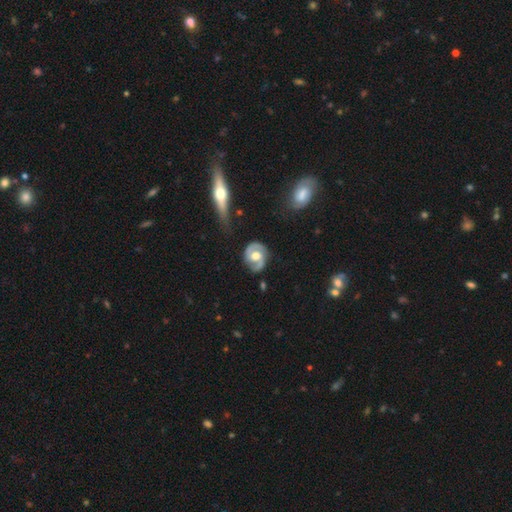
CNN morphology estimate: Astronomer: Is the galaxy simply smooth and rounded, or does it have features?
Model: featured or disk — 83%.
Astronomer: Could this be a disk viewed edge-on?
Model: no — 97%.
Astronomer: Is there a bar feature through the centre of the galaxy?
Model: no — 53% (runner-up: weak, 35%).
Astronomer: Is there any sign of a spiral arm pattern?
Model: yes — 93%.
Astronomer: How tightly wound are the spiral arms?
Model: medium — 48% (runner-up: tight, 37%).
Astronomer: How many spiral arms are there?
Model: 2 — 90%.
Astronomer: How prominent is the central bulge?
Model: moderate — 67%.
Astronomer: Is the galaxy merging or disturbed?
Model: none — 74%.